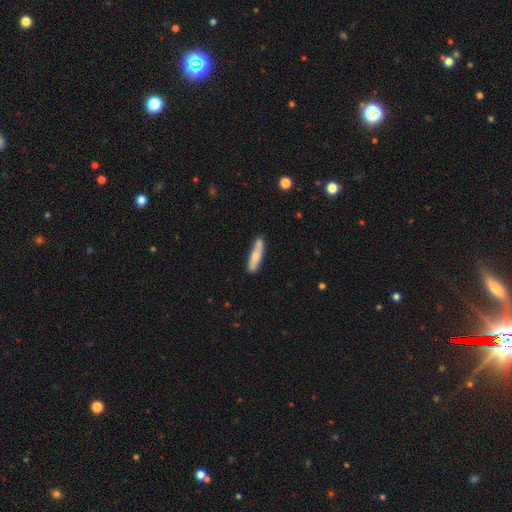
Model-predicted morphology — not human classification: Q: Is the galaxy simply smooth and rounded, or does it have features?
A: smooth — 68%.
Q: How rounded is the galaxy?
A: cigar-shaped — 83%.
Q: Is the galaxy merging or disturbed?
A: none — 78%.